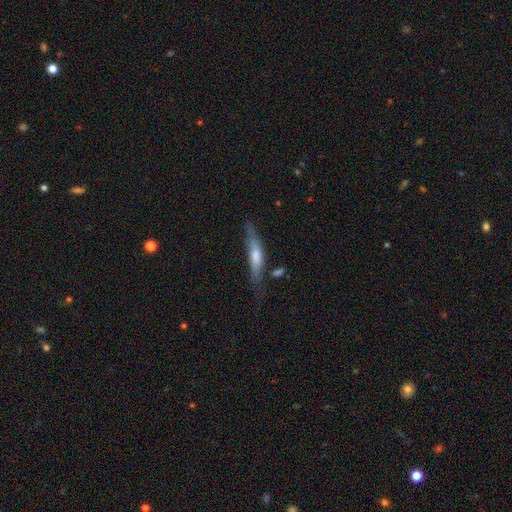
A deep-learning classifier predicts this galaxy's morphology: Smooth or featured?
  - smooth: 51% *
  - featured or disk: 42%
  - star or artifact: 7%
How rounded?
  - cigar-shaped: 84% *
  - in between: 15%
  - round: 2%
Merging?
  - none: 59% *
  - minor disturbance: 26%
  - major disturbance: 10%
  - merger: 5%